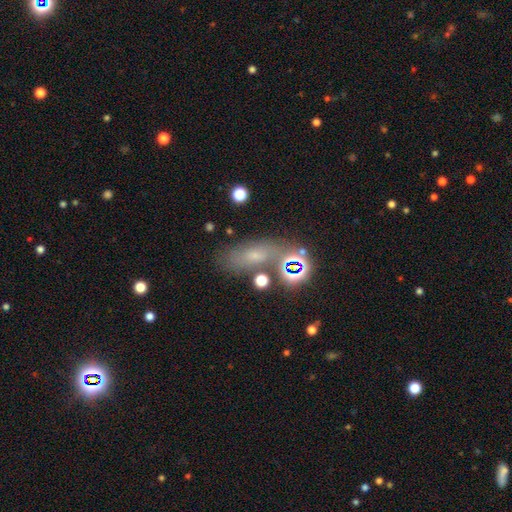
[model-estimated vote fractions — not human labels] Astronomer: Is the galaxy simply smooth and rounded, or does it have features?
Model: star or artifact — 35% (runner-up: smooth, 34%).